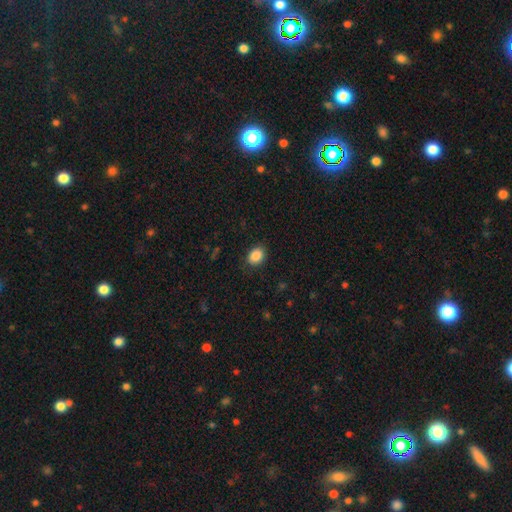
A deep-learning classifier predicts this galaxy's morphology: type=smooth (88%); roundness=in between (65%); merging=none (87%).